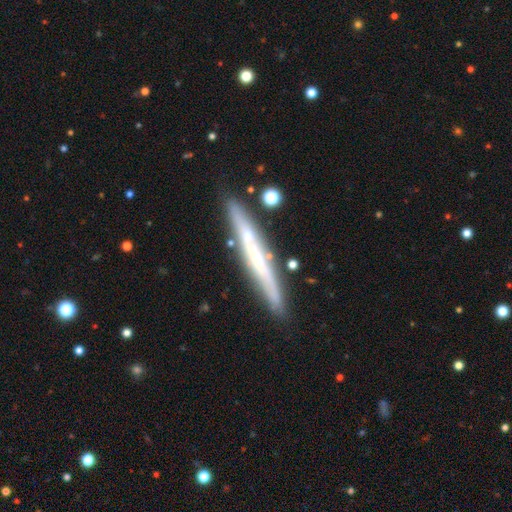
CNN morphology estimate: Smooth or featured? Predicted: featured or disk (p=0.61). Edge-on disk? Predicted: yes (p=0.91). Edge-on bulge? Predicted: none (p=0.76). Merging? Predicted: none (p=0.84).